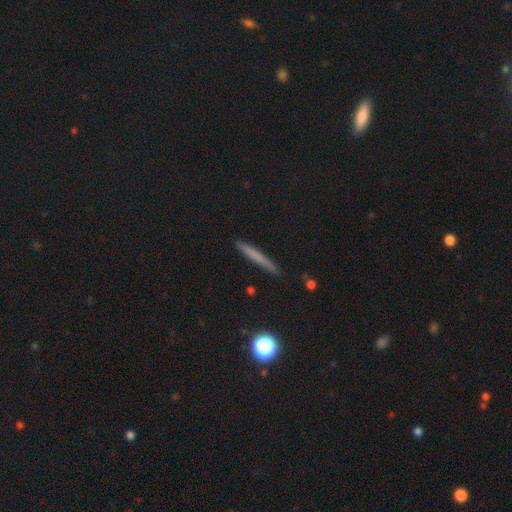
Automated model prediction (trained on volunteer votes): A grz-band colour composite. It shows a smooth galaxy with no disk features (61%) that is cigar-shaped (96%). Merging: none (90%).